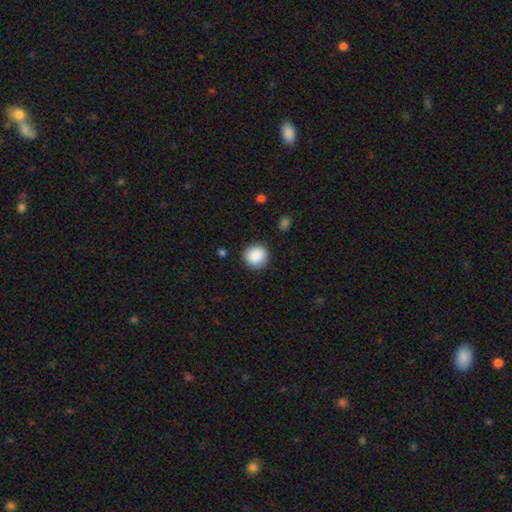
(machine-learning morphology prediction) The model was most divided on "smooth or featured": smooth: 89%, star or artifact: 8%, featured or disk: 4%. More confident: how rounded — round (92%); merging — none (89%).